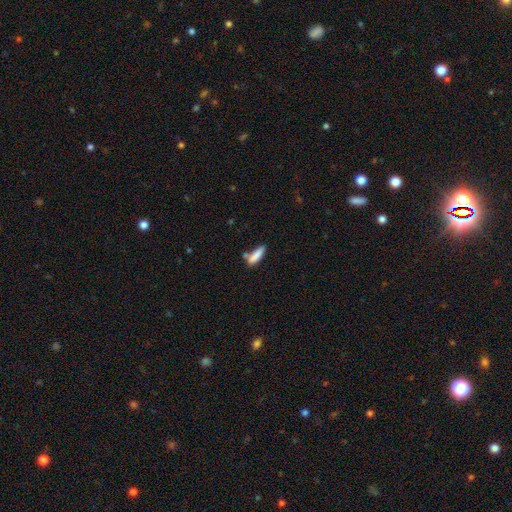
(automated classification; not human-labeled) This appears to be a smooth galaxy with no disk features (82%) that is cigar-shaped (66%). Merging: none (57%).